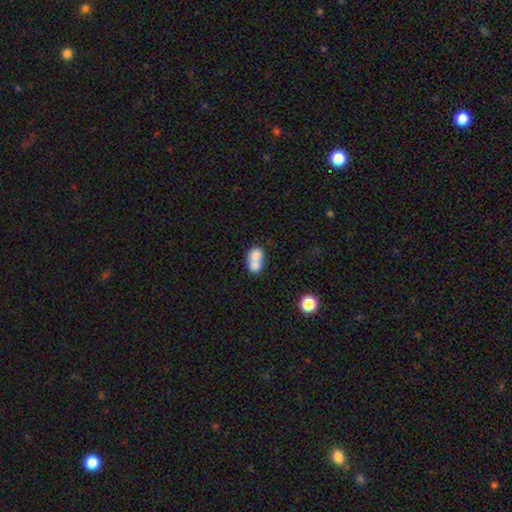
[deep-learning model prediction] smooth_or_featured: smooth (p=0.70) [alt: featured or disk p=0.21]
how_rounded: round (p=0.59) [alt: in between p=0.40]
merging: merger (p=0.72) [alt: none p=0.20]